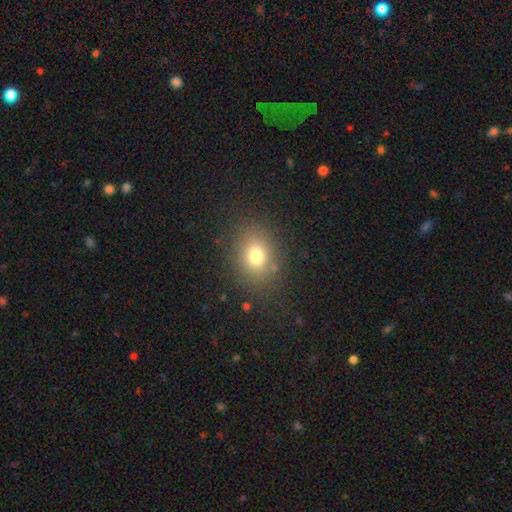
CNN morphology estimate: This is likely a smooth galaxy (75%). How rounded: possibly round (50%). Merging: clearly none (82%).